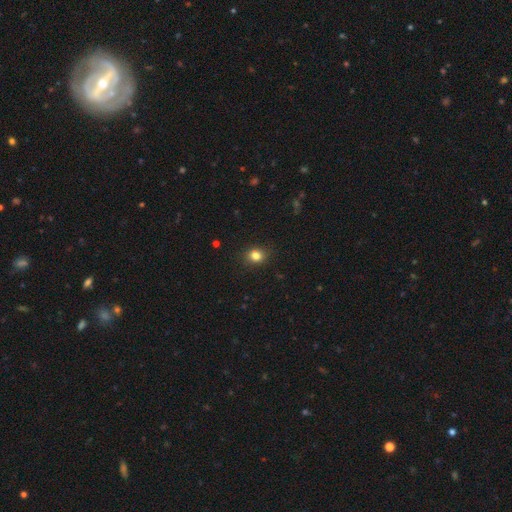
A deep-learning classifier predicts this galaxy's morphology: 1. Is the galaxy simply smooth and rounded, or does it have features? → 83% smooth, 12% star or artifact, 6% featured or disk.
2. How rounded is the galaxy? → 67% round, 32% in between, 1% cigar-shaped.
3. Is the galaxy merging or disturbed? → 87% none, 9% minor disturbance, 2% major disturbance, 1% merger.